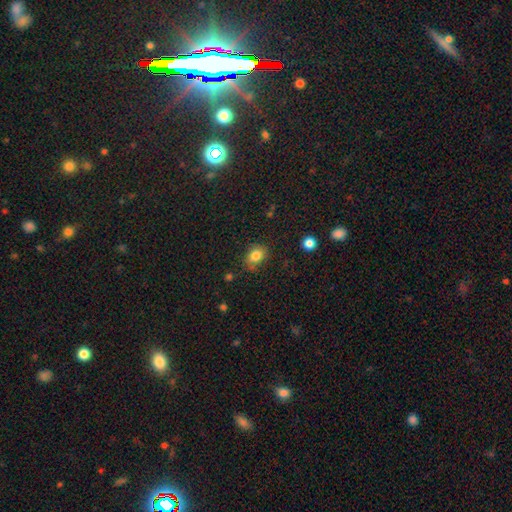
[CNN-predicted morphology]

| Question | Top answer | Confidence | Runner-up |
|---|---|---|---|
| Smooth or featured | smooth | 82% | star or artifact (11%) |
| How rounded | in between | 59% | round (40%) |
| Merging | none | 71% | minor disturbance (21%) |